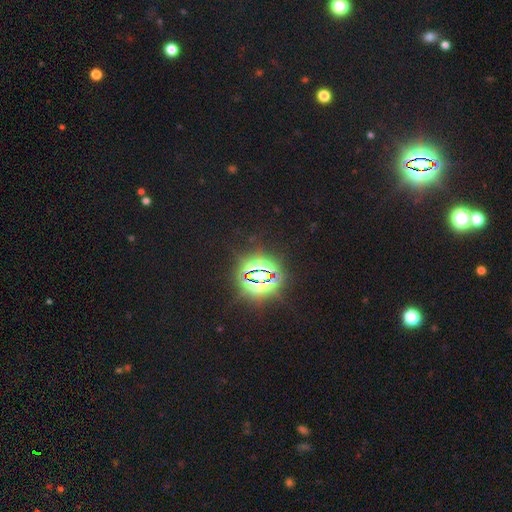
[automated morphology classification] Smooth or featured?
  - star or artifact: 79% *
  - smooth: 15%
  - featured or disk: 6%